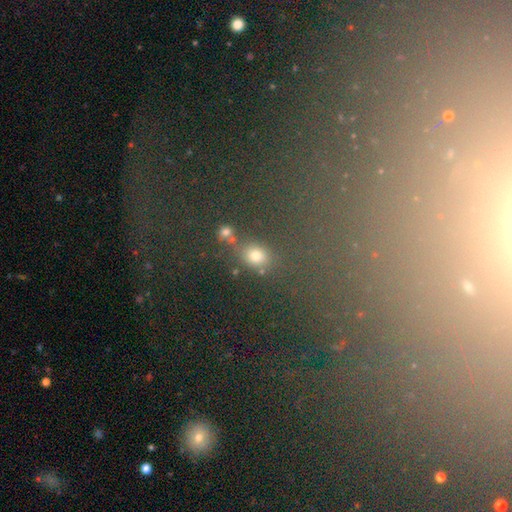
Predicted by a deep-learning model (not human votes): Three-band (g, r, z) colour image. It shows a smooth galaxy with no disk features (70%) that is round (62%). Merging: none (66%).